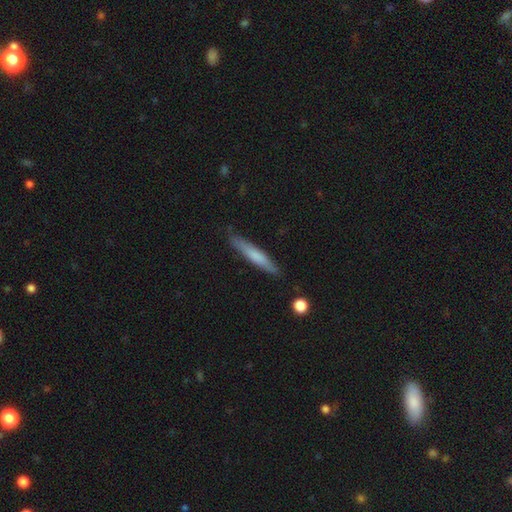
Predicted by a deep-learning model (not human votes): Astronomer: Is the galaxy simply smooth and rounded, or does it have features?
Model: smooth — 63%.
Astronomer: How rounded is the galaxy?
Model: cigar-shaped — 93%.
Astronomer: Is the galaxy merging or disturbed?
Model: none — 84%.